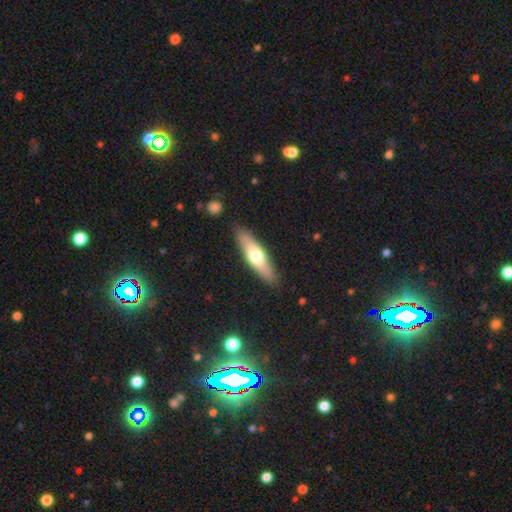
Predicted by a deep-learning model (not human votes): Overall: smooth (54%; featured or disk 41%). How rounded: cigar-shaped (66%; in between 32%). Merging: none (86%).